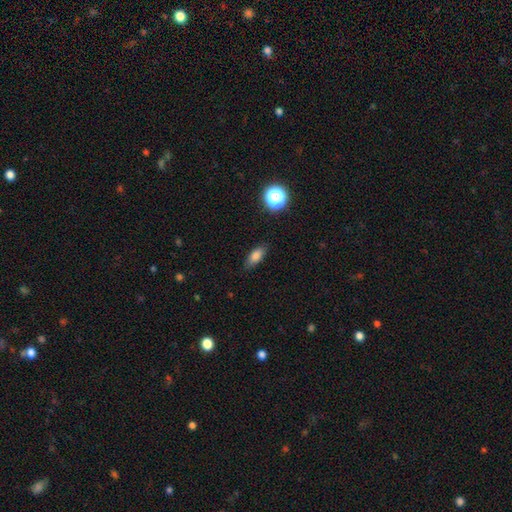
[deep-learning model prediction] smooth_or_featured: smooth (p=0.81) [alt: star or artifact p=0.10]
how_rounded: in between (p=0.78) [alt: cigar-shaped p=0.16]
merging: none (p=0.82) [alt: minor disturbance p=0.14]